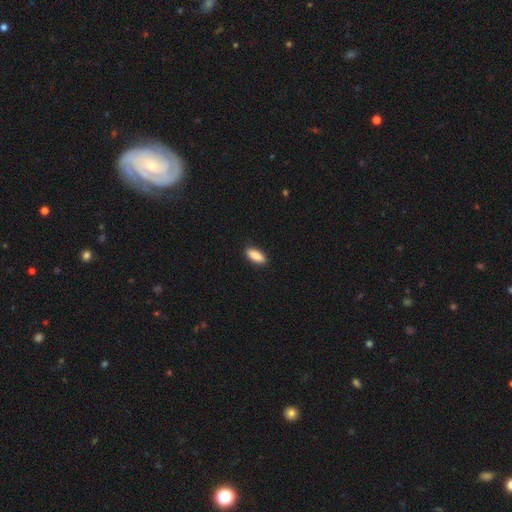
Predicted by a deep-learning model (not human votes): smooth_or_featured: smooth (p=0.89) [alt: star or artifact p=0.06]
how_rounded: in between (p=0.80) [alt: cigar-shaped p=0.18]
merging: none (p=0.89) [alt: minor disturbance p=0.08]